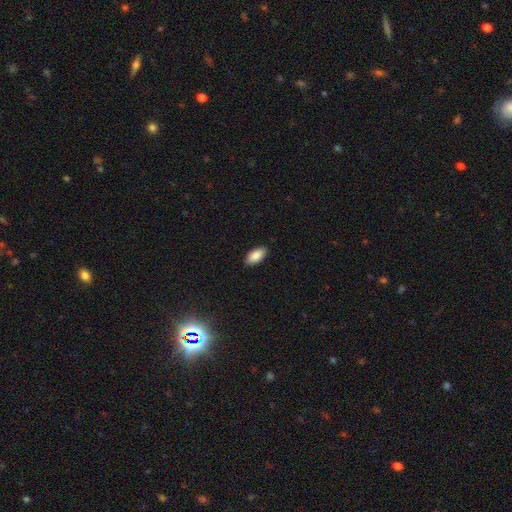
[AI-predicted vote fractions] Smooth or featured?
  - smooth: 89% *
  - star or artifact: 6%
  - featured or disk: 5%
How rounded?
  - in between: 94% *
  - cigar-shaped: 4%
  - round: 2%
Merging?
  - none: 88% *
  - minor disturbance: 9%
  - major disturbance: 2%
  - merger: 1%